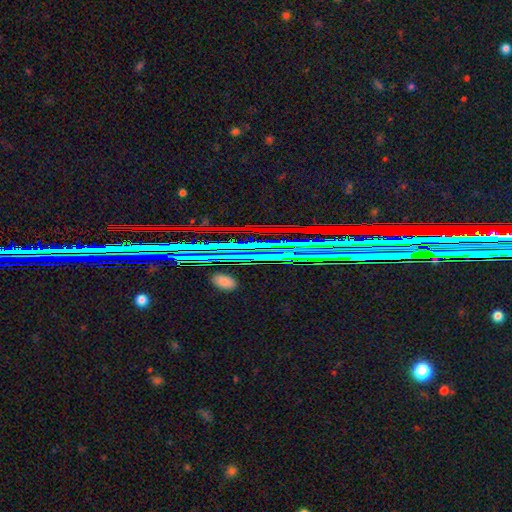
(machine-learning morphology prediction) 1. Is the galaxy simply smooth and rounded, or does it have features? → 83% star or artifact, 10% featured or disk, 7% smooth.